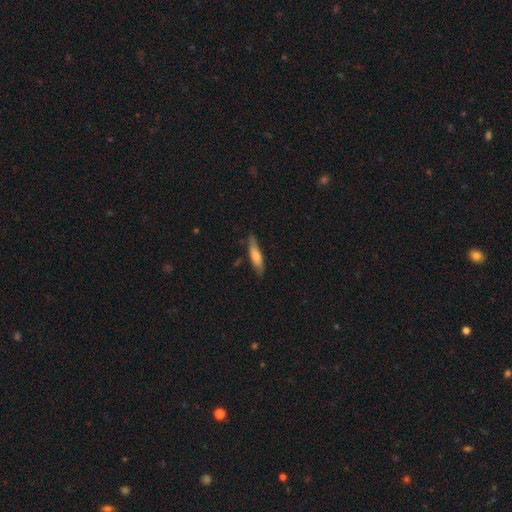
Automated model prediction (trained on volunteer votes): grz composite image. It shows a smooth galaxy with no disk features (57%) that is cigar-shaped (81%). Merging: none (79%).